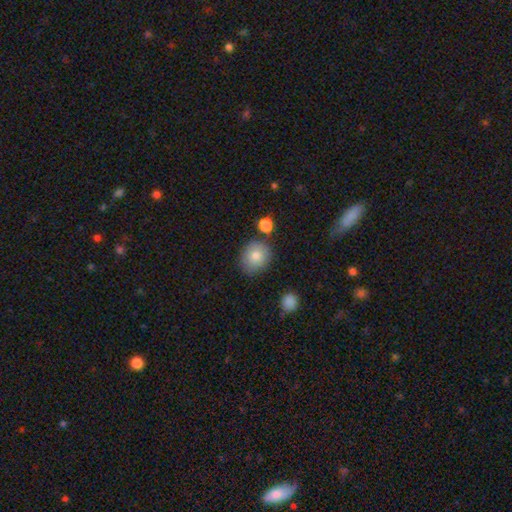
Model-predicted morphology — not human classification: Smooth or featured? smooth (82%)
How rounded? round (76%)
Merging? none (76%)